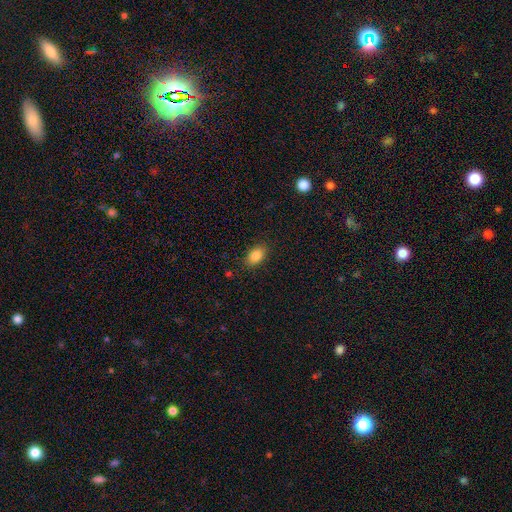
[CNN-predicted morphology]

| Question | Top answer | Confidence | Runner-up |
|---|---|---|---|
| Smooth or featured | smooth | 86% | star or artifact (9%) |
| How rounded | in between | 87% | round (11%) |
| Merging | none | 87% | minor disturbance (9%) |